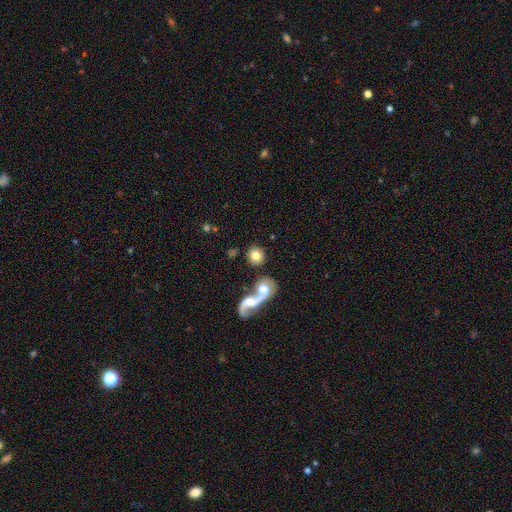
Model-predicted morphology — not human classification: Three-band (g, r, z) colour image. It shows a smooth galaxy with no disk features (74%) that is round (83%). Merging: none (66%).